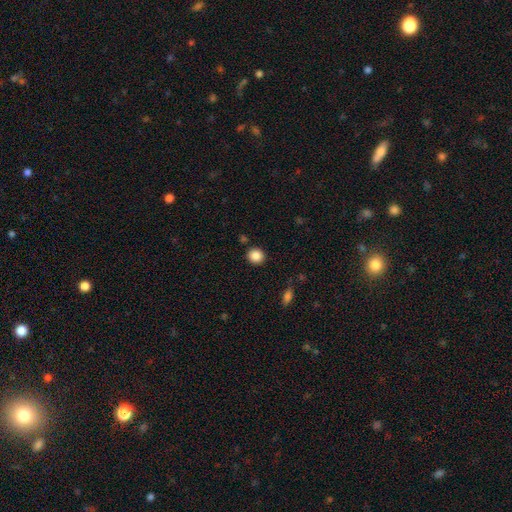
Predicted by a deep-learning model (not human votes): smooth 87%, star or artifact 9%, featured or disk 4%. Down the decision tree: how rounded — round (88%); merging — none (89%).